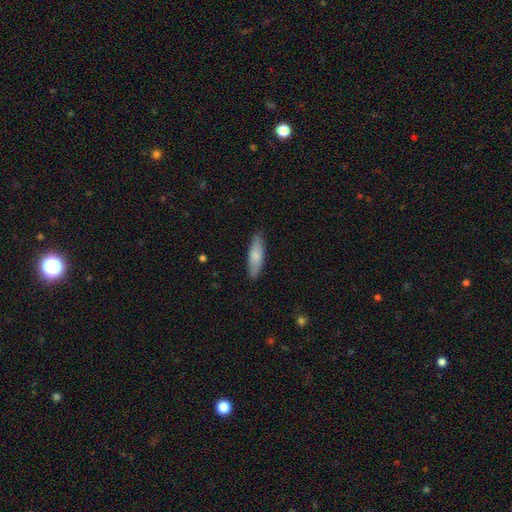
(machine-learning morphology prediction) smooth_or_featured: smooth (p=0.76) [alt: featured or disk p=0.19]
how_rounded: cigar-shaped (p=0.56) [alt: in between p=0.43]
merging: none (p=0.86) [alt: minor disturbance p=0.11]